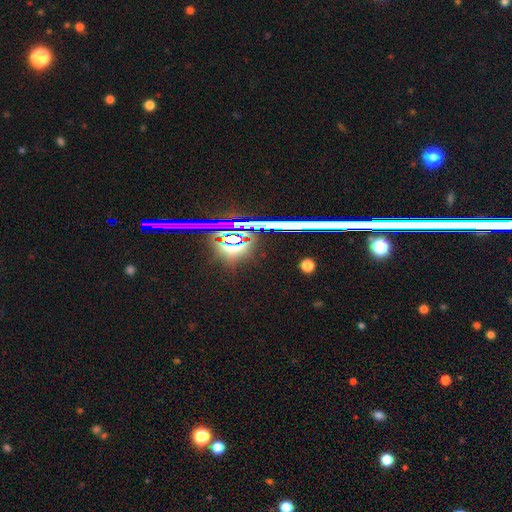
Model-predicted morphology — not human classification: This is likely a star or artifact rather than a galaxy (76%).